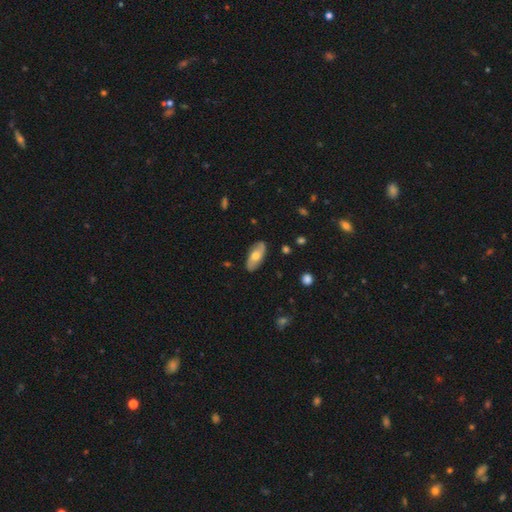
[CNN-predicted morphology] type=smooth (49%); merging=none (85%).